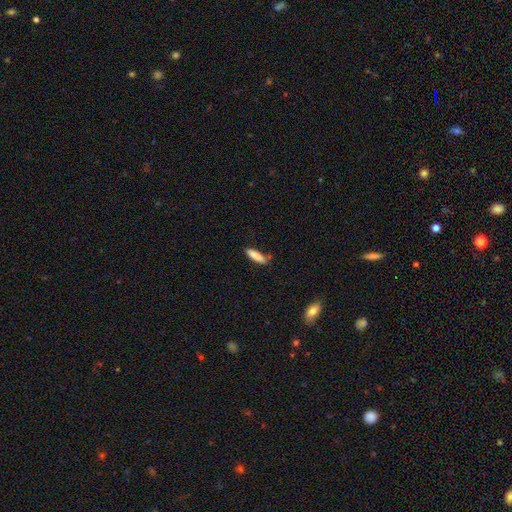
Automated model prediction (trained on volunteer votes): Overall: smooth (86%). How rounded: cigar-shaped (70%). Merging: none (79%).